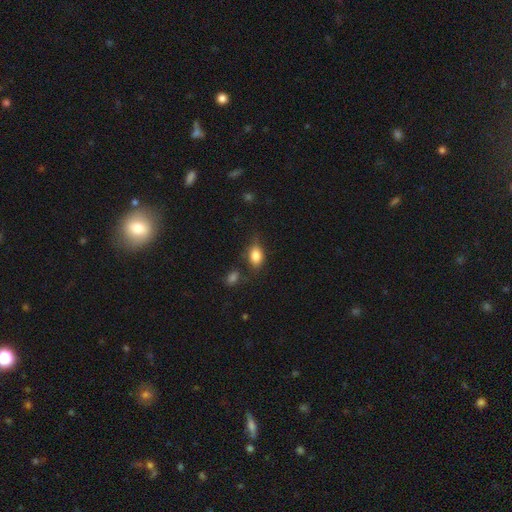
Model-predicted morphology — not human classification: A smooth galaxy with no disk features (82%) that is in between round and cigar-shaped (82%). Merging: none (60%).